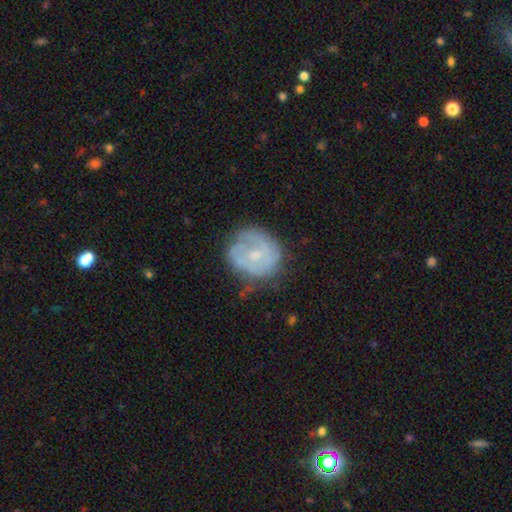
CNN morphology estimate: The model was most divided on "bar": no: 60%, weak: 35%, strong: 6%. More confident: edge-on disk — no (98%); spiral arms — yes (75%); smooth or featured — featured or disk (67%); merging — none (62%); bulge size — small (61%).